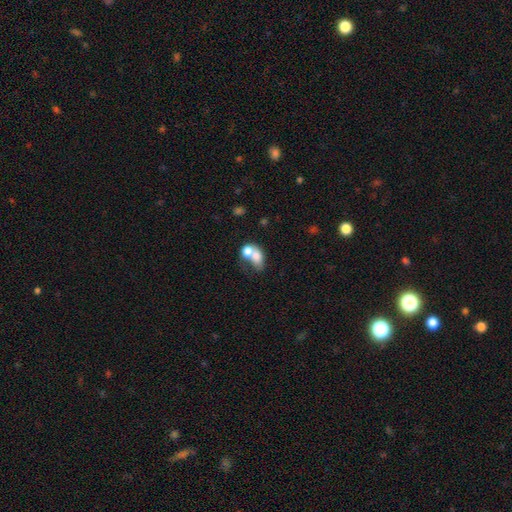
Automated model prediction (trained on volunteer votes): Smooth or featured? Predicted: smooth (p=0.68). How rounded? Predicted: in between (p=0.67). Merging? Predicted: merger (p=0.67).